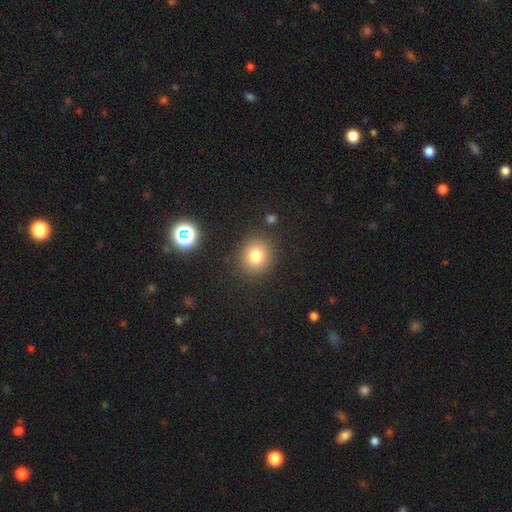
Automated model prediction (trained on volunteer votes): smooth-or-featured: smooth: 78% | star or artifact: 14% | featured or disk: 8%
  how-rounded: round: 85% | in between: 14% | cigar-shaped: 1%
  merging: none: 87% | minor disturbance: 8% | major disturbance: 3% | merger: 2%